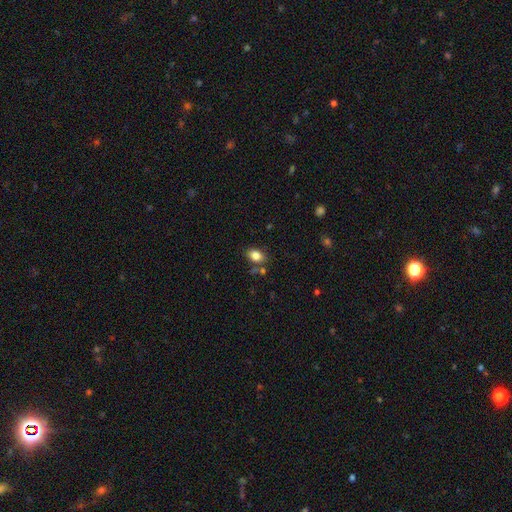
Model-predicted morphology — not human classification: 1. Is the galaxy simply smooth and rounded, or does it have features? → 83% smooth, 10% star or artifact, 8% featured or disk.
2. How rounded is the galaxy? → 80% in between, 18% round, 2% cigar-shaped.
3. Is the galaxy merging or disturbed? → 75% none, 14% minor disturbance, 8% merger, 4% major disturbance.